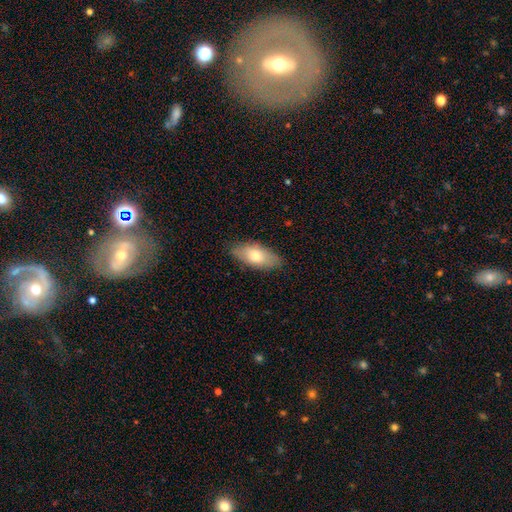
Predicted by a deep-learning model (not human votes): smooth-or-featured: smooth: 72% | featured or disk: 22% | star or artifact: 6%
  how-rounded: in between: 85% | cigar-shaped: 13% | round: 3%
  merging: none: 83% | minor disturbance: 14% | major disturbance: 3% | merger: 1%